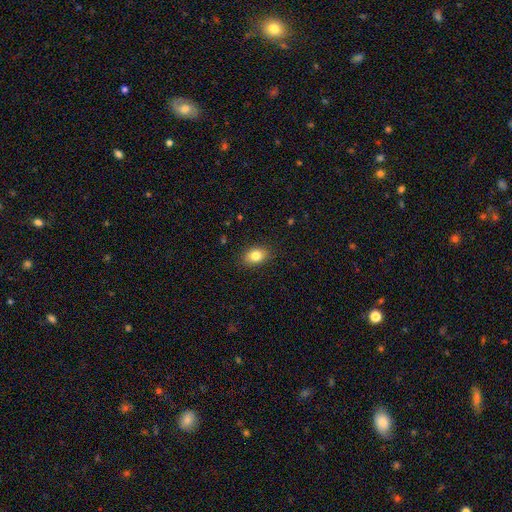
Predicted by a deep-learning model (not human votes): Q: Smooth or featured?
A: smooth (82%); runner-up: star or artifact (9%)
Q: How rounded?
A: in between (77%); runner-up: round (22%)
Q: Merging?
A: none (87%); runner-up: minor disturbance (10%)